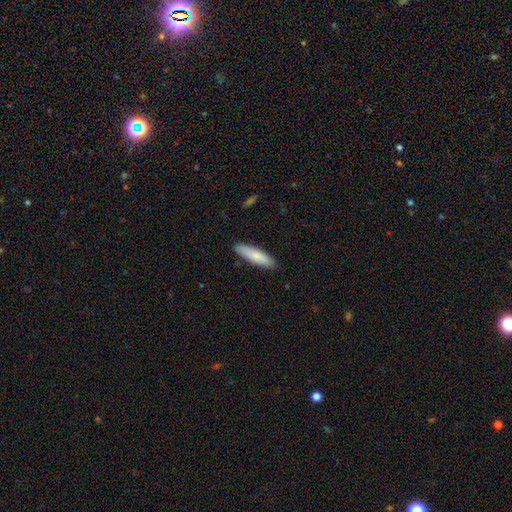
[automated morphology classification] Smooth or featured?
  - smooth: 82% *
  - featured or disk: 12%
  - star or artifact: 6%
How rounded?
  - cigar-shaped: 66% *
  - in between: 33%
  - round: 1%
Merging?
  - none: 88% *
  - minor disturbance: 9%
  - major disturbance: 2%
  - merger: 1%